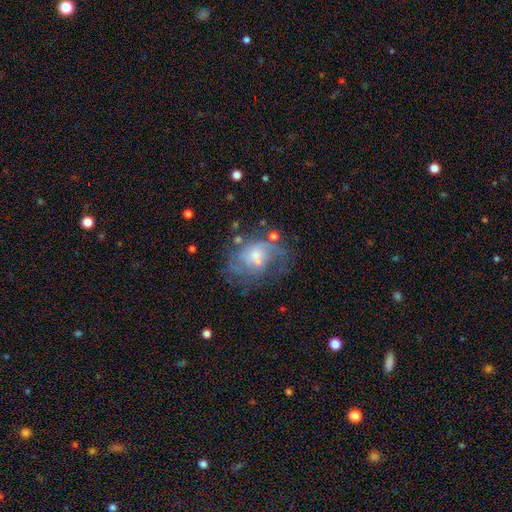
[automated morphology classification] Smooth or featured?
  - featured or disk: 67% *
  - smooth: 23%
  - star or artifact: 10%
Edge-on disk?
  - no: 97% *
  - yes: 3%
Bar?
  - no: 66% *
  - weak: 30%
  - strong: 4%
Spiral arms?
  - yes: 76% *
  - no: 24%
Bulge size?
  - small: 45% *
  - moderate: 39%
  - none: 8%
  - large: 7%
  - dominant: 2%
Merging?
  - none: 45% *
  - major disturbance: 26%
  - minor disturbance: 21%
  - merger: 8%